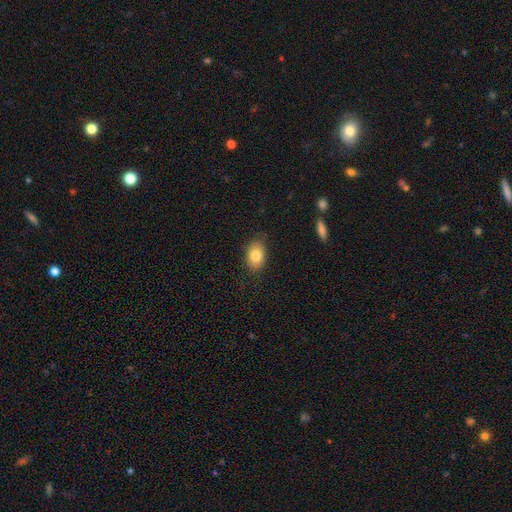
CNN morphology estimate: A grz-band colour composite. It shows a smooth galaxy with no disk features (82%) that is in between round and cigar-shaped (85%). Merging: none (81%).